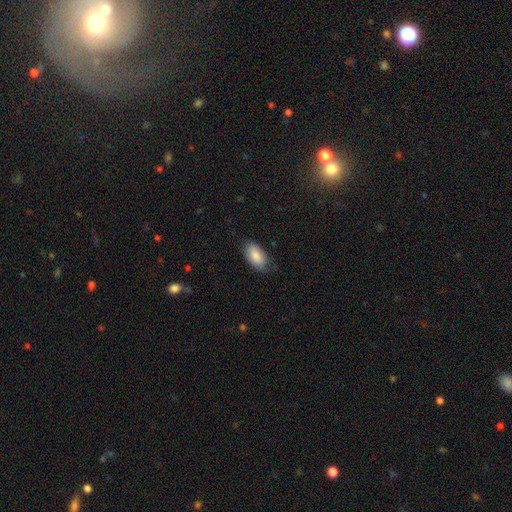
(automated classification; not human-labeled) This is clearly a smooth galaxy (86%). How rounded: clearly in between (95%). Merging: likely none (78%).